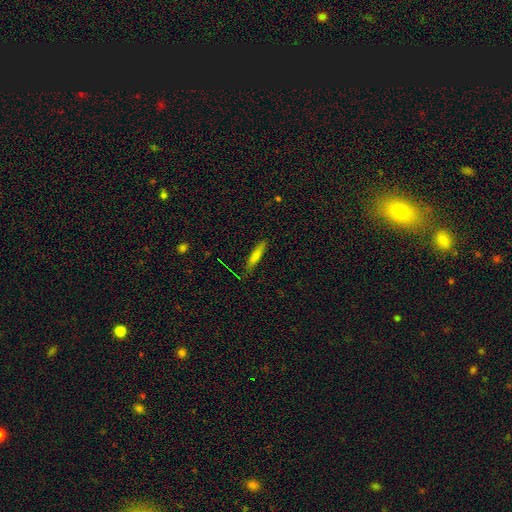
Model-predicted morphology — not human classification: Overall: smooth (72%). How rounded: cigar-shaped (88%). Merging: none (82%).